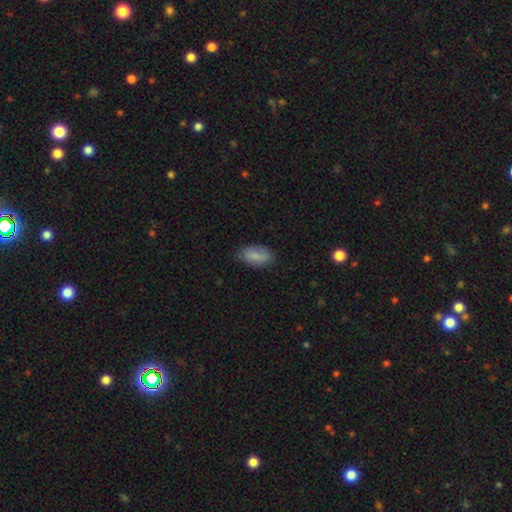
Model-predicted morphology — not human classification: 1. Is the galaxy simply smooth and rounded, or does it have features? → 79% smooth, 13% featured or disk, 7% star or artifact.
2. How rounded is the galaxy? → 91% in between, 4% round, 4% cigar-shaped.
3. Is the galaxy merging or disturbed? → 75% none, 19% minor disturbance, 4% major disturbance, 1% merger.